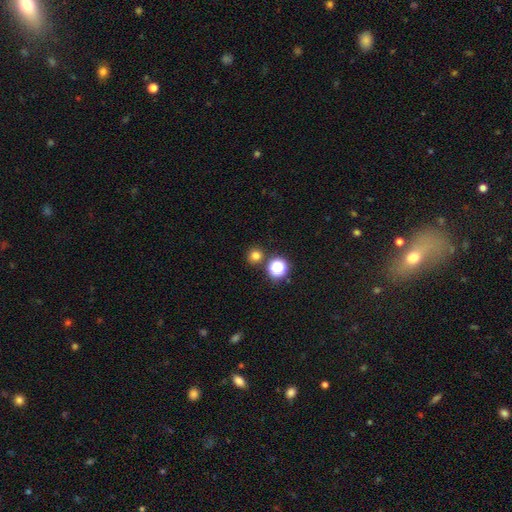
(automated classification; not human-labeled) smooth_or_featured: smooth (p=0.74) [alt: star or artifact p=0.20]
how_rounded: round (p=0.91) [alt: in between p=0.08]
merging: none (p=0.81) [alt: merger p=0.09]